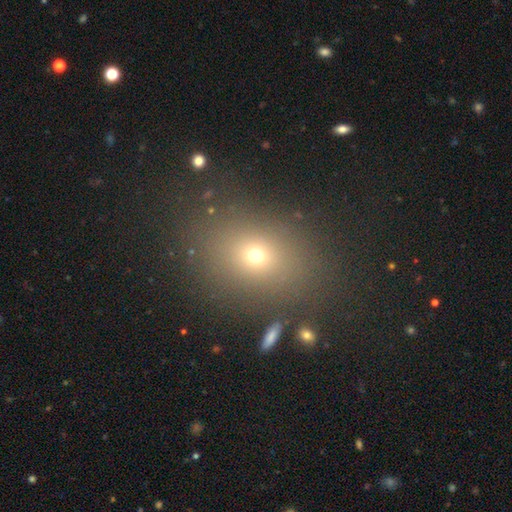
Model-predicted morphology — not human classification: Overall: smooth (65%). How rounded: in between (53%; round 45%). Merging: none (82%).